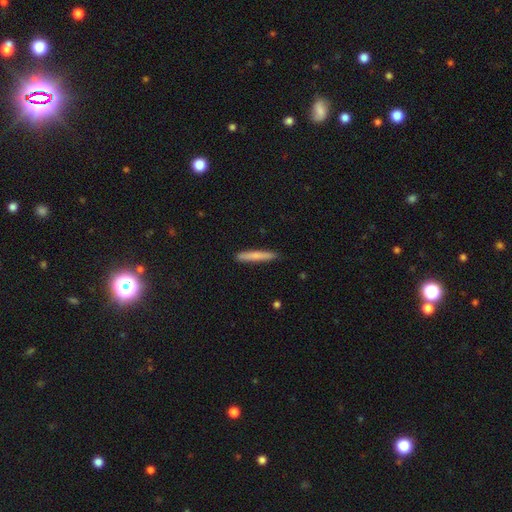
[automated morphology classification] Smooth or featured? smooth (73%)
How rounded? cigar-shaped (95%)
Merging? none (89%)